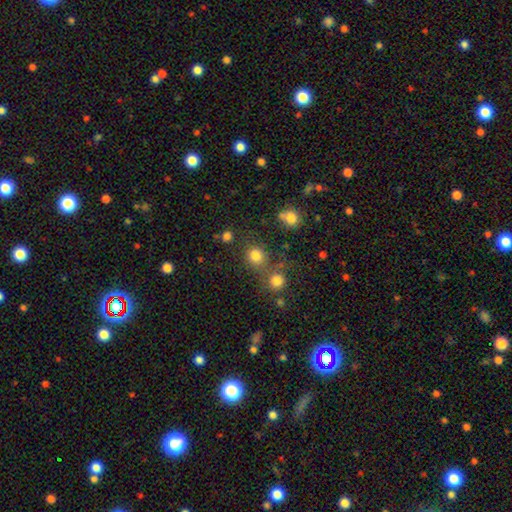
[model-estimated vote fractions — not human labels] Q: Smooth or featured?
A: smooth (80%); runner-up: star or artifact (15%)
Q: How rounded?
A: round (87%); runner-up: in between (12%)
Q: Merging?
A: none (67%); runner-up: merger (18%)